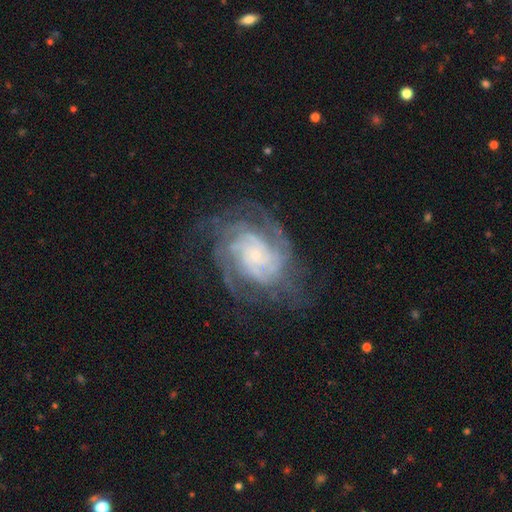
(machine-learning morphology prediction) Overall: featured or disk (87%). Edge-on disk: no (97%). Bar: no (70%). Spiral arms: yes (97%). Spiral arm count: can't tell (29%; 4 19%). Spiral winding: tight (63%; medium 31%). Bulge size: small (66%). Merging: none (69%).